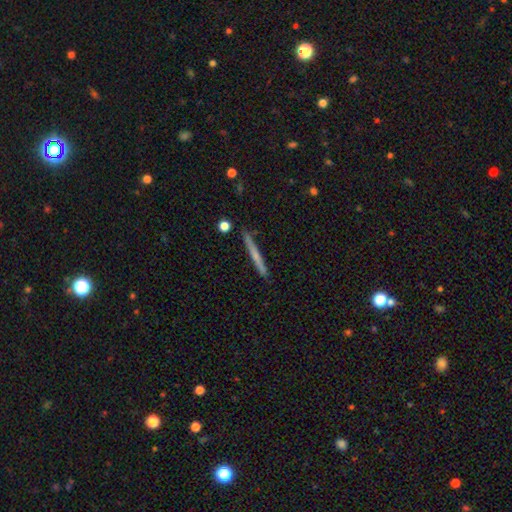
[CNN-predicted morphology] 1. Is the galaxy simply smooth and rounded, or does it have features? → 47% smooth, 46% featured or disk, 6% star or artifact.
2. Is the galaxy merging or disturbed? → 88% none, 8% minor disturbance, 2% merger, 2% major disturbance.